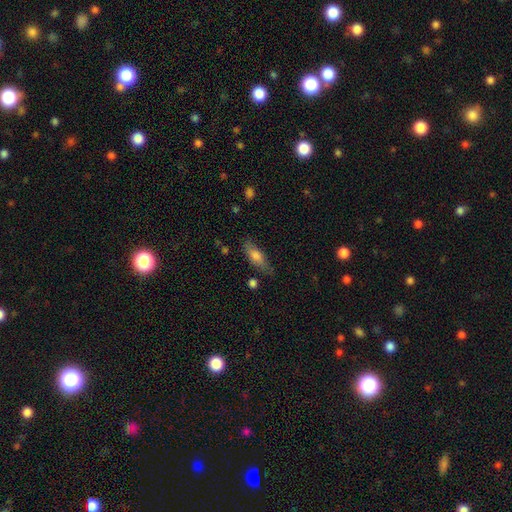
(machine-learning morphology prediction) Smooth or featured? Predicted: smooth (p=0.70). How rounded? Predicted: in between (p=0.58). Merging? Predicted: none (p=0.69).